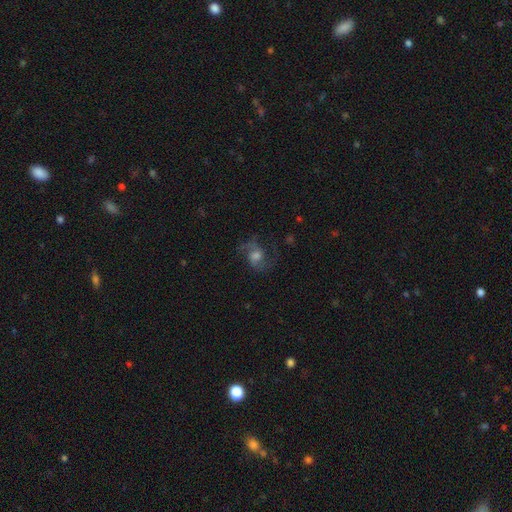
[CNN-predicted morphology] Q: Smooth or featured?
A: featured or disk (72%); runner-up: smooth (17%)
Q: Edge-on disk?
A: no (97%); runner-up: yes (3%)
Q: Bar?
A: no (49%); runner-up: weak (42%)
Q: Spiral arms?
A: yes (93%); runner-up: no (7%)
Q: Spiral winding?
A: loose (46%); runner-up: medium (45%)
Q: Spiral arm count?
A: 2 (86%); runner-up: can't tell (5%)
Q: Bulge size?
A: moderate (43%); runner-up: large (25%)
Q: Merging?
A: none (67%); runner-up: minor disturbance (16%)